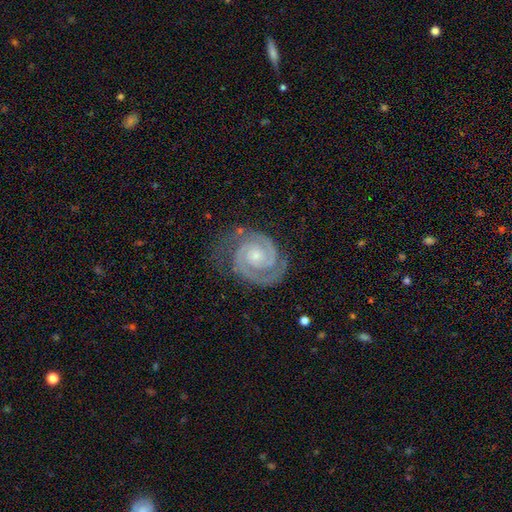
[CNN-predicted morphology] Smooth or featured: featured or disk — 93% (star or artifact — 4%)
Edge-on disk: no — 98% (yes — 2%)
Bar: no — 68% (weak — 24%)
Spiral arms: yes — 99% (no — 1%)
Spiral winding: tight — 74% (medium — 23%)
Spiral arm count: 2 — 90% (3 — 4%)
Bulge size: small — 59% (moderate — 34%)
Merging: none — 77% (minor disturbance — 16%)